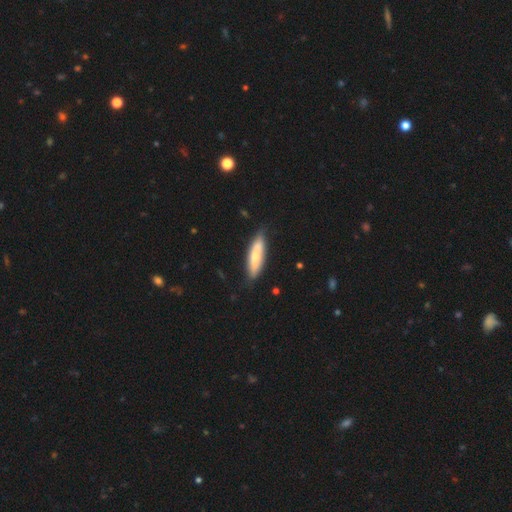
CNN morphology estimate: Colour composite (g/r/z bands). It shows a smooth galaxy with no disk features (70%) that is cigar-shaped (61%). Merging: none (78%).